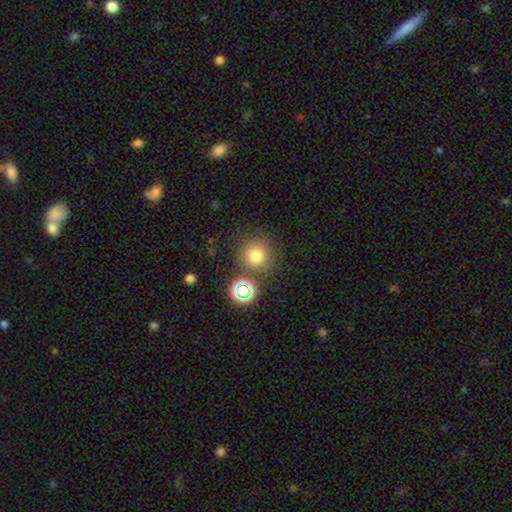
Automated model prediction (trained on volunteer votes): A smooth galaxy with no disk features (76%) that is round (93%).

Vote fractions:
- Smooth or featured? smooth: 76% / star or artifact: 17% / featured or disk: 7%
- How rounded? round: 93% / in between: 6% / cigar-shaped: 1%
- Merging? none: 78% / merger: 9% / minor disturbance: 9% / major disturbance: 4%